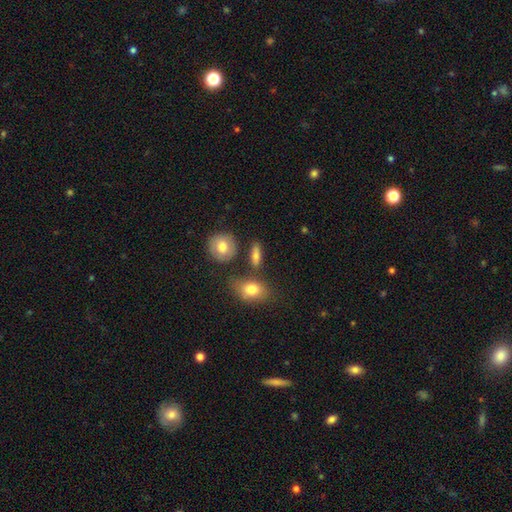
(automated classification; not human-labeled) A smooth galaxy with no disk features (74%) that is in between round and cigar-shaped (58%).

Vote fractions:
- Smooth or featured? smooth: 74% / featured or disk: 17% / star or artifact: 9%
- How rounded? in between: 58% / round: 21% / cigar-shaped: 21%
- Merging? none: 75% / minor disturbance: 12% / merger: 8% / major disturbance: 4%